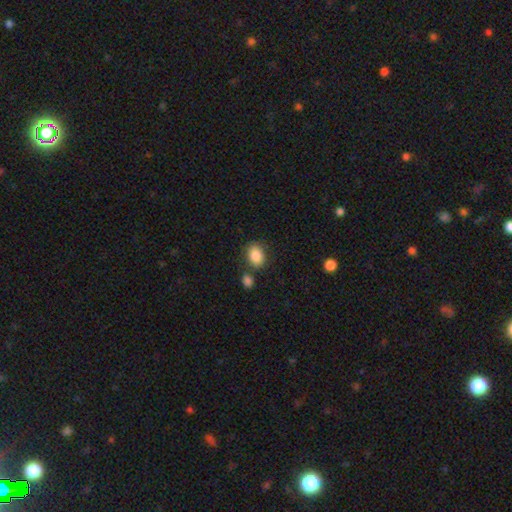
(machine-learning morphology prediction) A smooth galaxy with no disk features (86%) that is in between round and cigar-shaped (69%).

Vote fractions:
- Smooth or featured? smooth: 86% / star or artifact: 8% / featured or disk: 6%
- How rounded? in between: 69% / round: 30% / cigar-shaped: 1%
- Merging? none: 70% / minor disturbance: 14% / merger: 13% / major disturbance: 4%